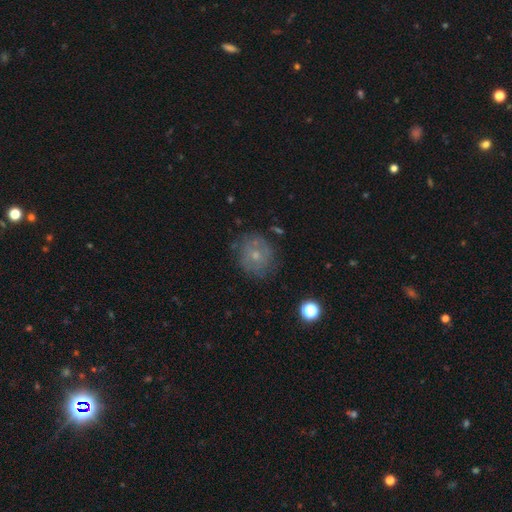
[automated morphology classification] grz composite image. It shows a smooth galaxy with no disk features (48%). Merging: none (72%).